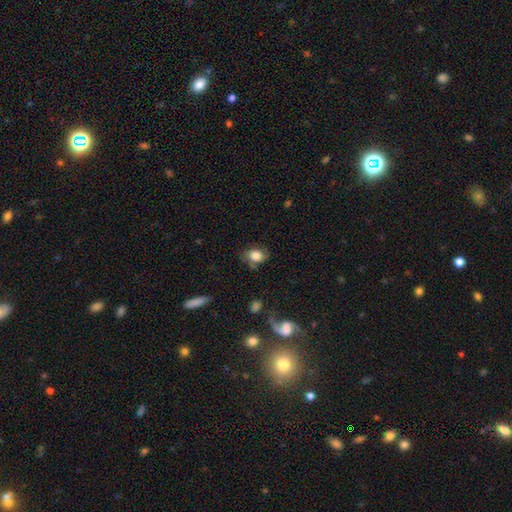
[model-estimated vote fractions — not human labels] A smooth galaxy with no disk features (69%) that is in between round and cigar-shaped (59%). Merging: none (61%).